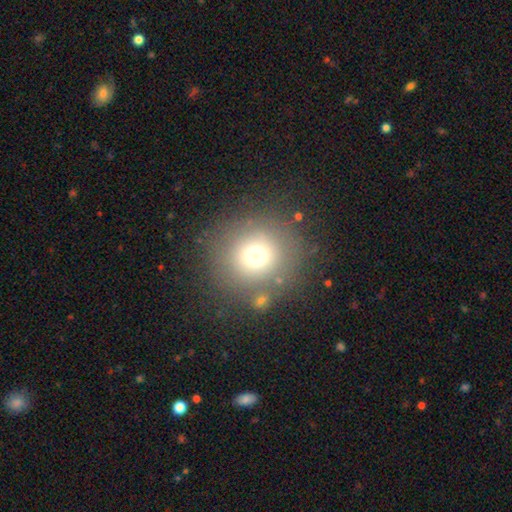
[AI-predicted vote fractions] Smooth or featured: smooth — 71% (star or artifact — 17%)
How rounded: round — 94% (in between — 5%)
Merging: none — 81% (minor disturbance — 9%)